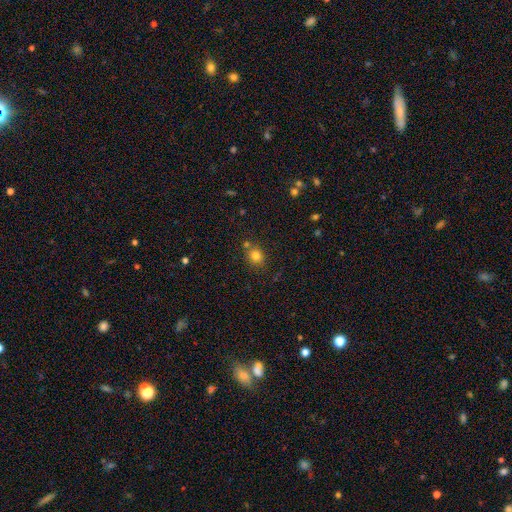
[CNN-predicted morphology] Smooth or featured?
  - smooth: 79% *
  - star or artifact: 13%
  - featured or disk: 8%
How rounded?
  - round: 63% *
  - in between: 36%
  - cigar-shaped: 1%
Merging?
  - none: 71% *
  - minor disturbance: 13%
  - merger: 12%
  - major disturbance: 4%